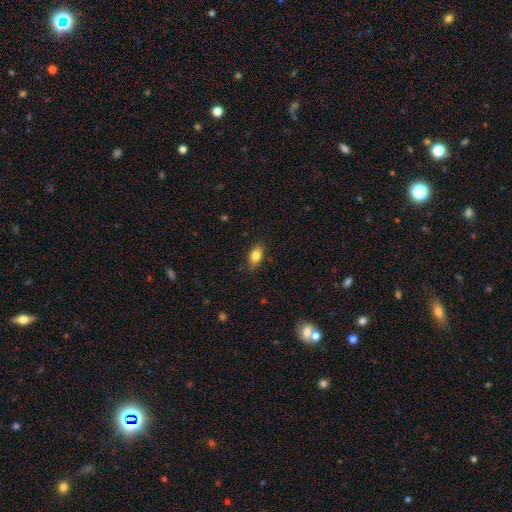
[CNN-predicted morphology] Smooth or featured?
  - smooth: 82% *
  - featured or disk: 10%
  - star or artifact: 8%
How rounded?
  - in between: 85% *
  - round: 9%
  - cigar-shaped: 6%
Merging?
  - none: 82% *
  - minor disturbance: 14%
  - major disturbance: 3%
  - merger: 1%